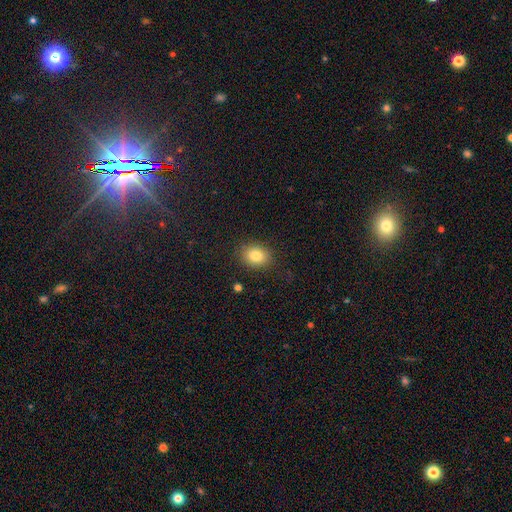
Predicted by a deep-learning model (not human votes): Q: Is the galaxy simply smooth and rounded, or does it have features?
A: smooth — 83%.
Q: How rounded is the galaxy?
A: in between — 56%.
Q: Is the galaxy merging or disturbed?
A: none — 86%.